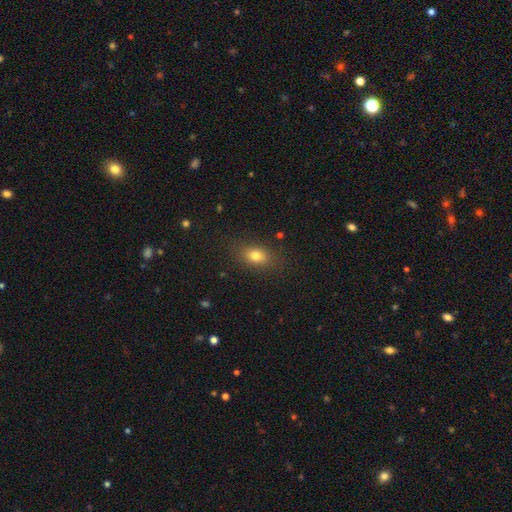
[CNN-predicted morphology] Smooth or featured? Predicted: smooth (p=0.79). How rounded? Predicted: in between (p=0.79). Merging? Predicted: none (p=0.83).